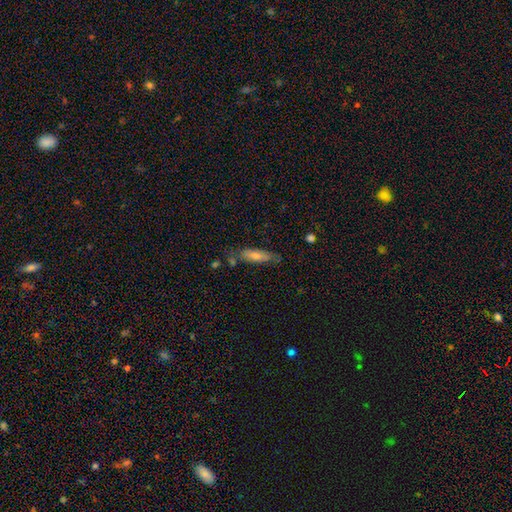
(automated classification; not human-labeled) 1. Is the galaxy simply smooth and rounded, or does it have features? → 71% smooth, 23% featured or disk, 7% star or artifact.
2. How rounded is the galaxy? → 57% cigar-shaped, 42% in between, 2% round.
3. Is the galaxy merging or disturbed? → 65% none, 23% minor disturbance, 6% major disturbance, 6% merger.